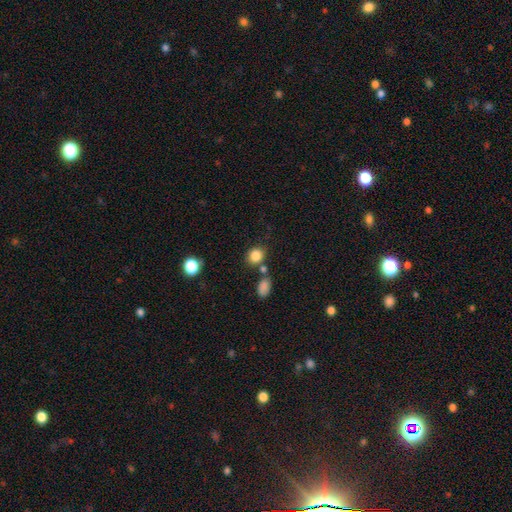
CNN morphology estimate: Smooth or featured? Predicted: smooth (p=0.85). How rounded? Predicted: round (p=0.65). Merging? Predicted: none (p=0.70).